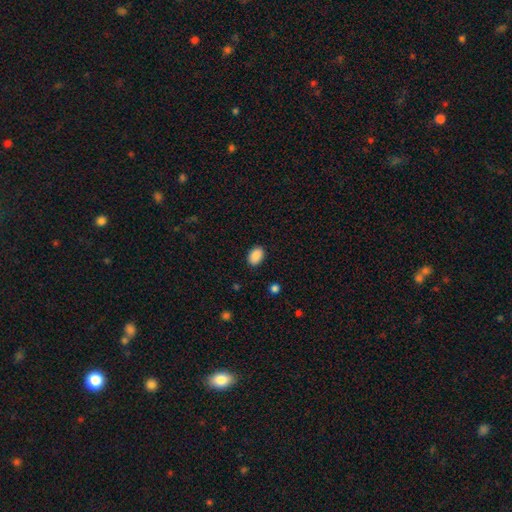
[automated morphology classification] This is clearly a smooth galaxy (89%). How rounded: clearly in between (84%). Merging: clearly none (88%).